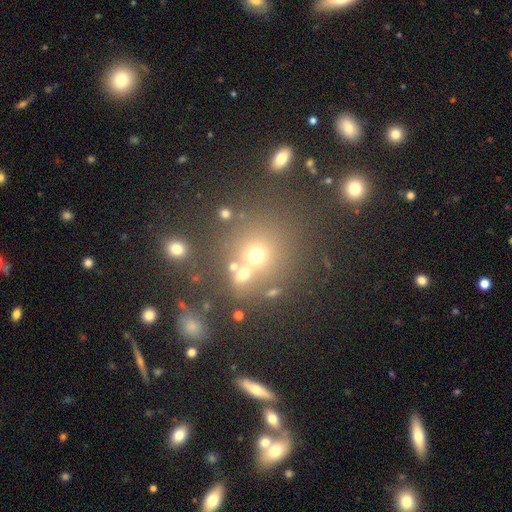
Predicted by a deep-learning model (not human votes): smooth-or-featured: smooth: 55% | star or artifact: 31% | featured or disk: 14%
  how-rounded: round: 86% | in between: 13% | cigar-shaped: 1%
  merging: none: 63% | merger: 22% | minor disturbance: 9% | major disturbance: 5%